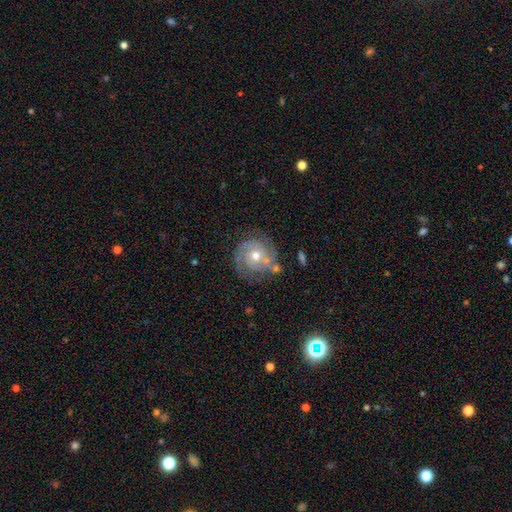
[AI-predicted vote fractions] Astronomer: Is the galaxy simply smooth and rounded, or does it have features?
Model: featured or disk — 80%.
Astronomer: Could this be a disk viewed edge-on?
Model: no — 98%.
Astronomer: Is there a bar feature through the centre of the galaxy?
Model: no — 77%.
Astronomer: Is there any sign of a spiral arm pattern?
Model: yes — 93%.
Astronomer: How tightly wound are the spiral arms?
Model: tight — 65%.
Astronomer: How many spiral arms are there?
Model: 2 — 56%.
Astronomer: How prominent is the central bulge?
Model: moderate — 73%.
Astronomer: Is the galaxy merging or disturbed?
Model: none — 70%.